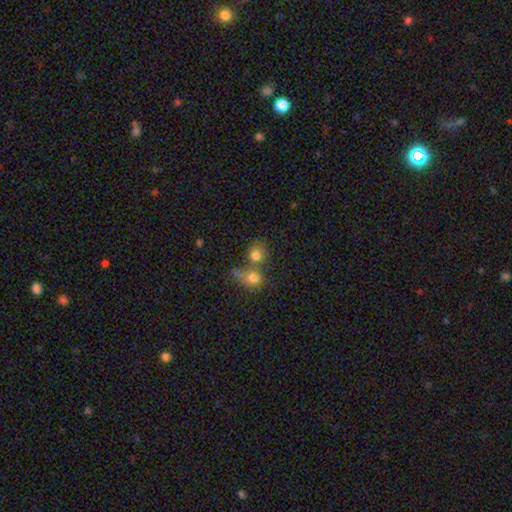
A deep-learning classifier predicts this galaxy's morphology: This appears to be a smooth galaxy with no disk features (77%) that is round (76%). Merging: merger (50%).